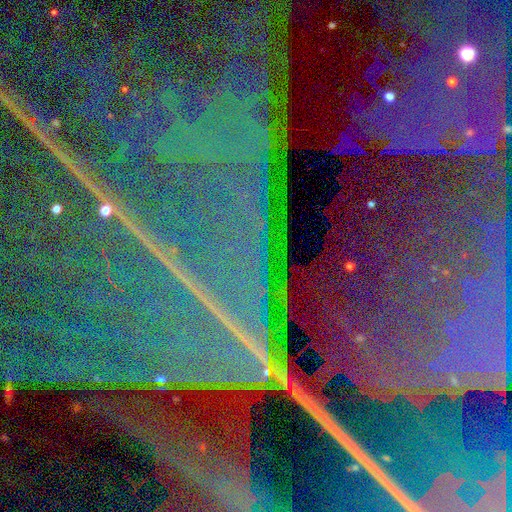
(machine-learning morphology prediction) Smooth or featured: star or artifact — 90% (featured or disk — 6%)